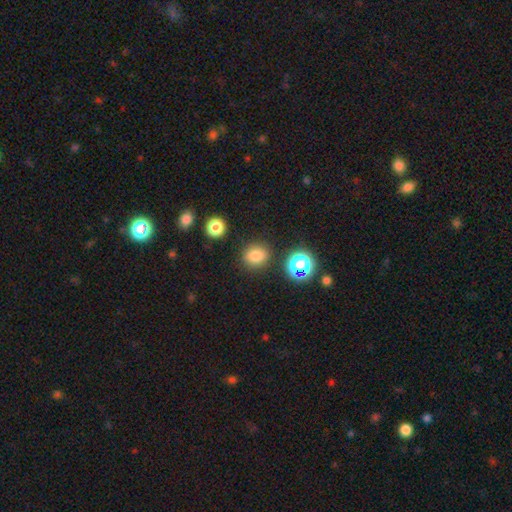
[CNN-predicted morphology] smooth 79%, star or artifact 15%, featured or disk 6%. Down the decision tree: how rounded — round (70%); merging — none (85%).